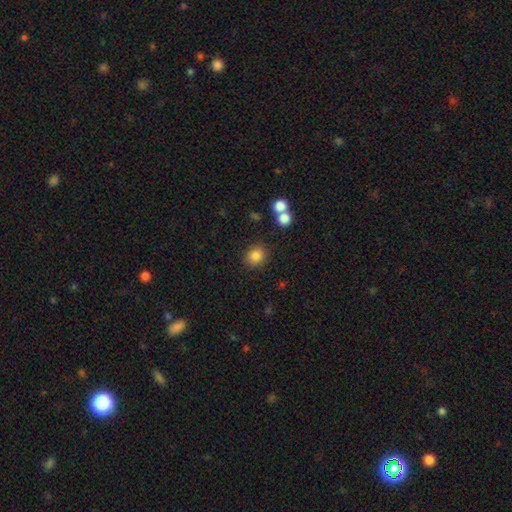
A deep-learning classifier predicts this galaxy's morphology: Smooth or featured? smooth (84%)
How rounded? round (74%)
Merging? none (82%)